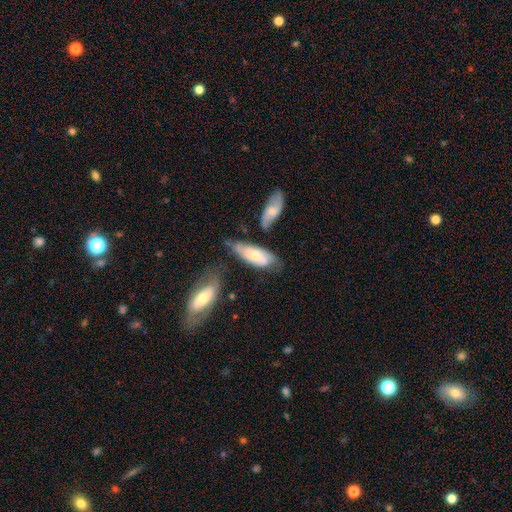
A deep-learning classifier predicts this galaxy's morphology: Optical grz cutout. It shows a smooth galaxy with no disk features (51%) that is in between round and cigar-shaped (73%). Merging: none (53%).